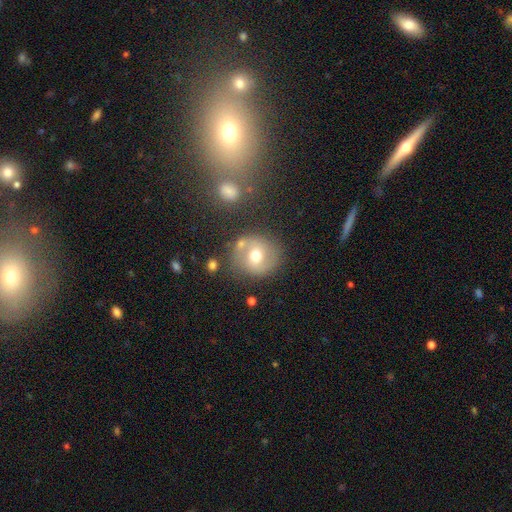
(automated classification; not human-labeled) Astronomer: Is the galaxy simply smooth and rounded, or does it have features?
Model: smooth — 52% (runner-up: featured or disk, 37%).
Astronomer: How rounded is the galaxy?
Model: round — 86%.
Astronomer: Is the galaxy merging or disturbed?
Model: none — 72%.